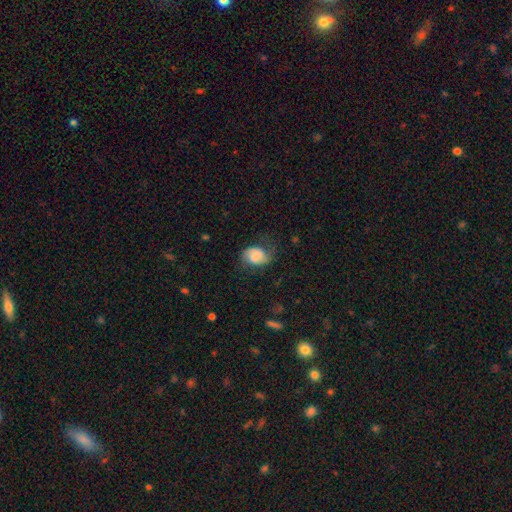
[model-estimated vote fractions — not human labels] Smooth or featured?
  - smooth: 52% *
  - featured or disk: 39%
  - star or artifact: 9%
How rounded?
  - in between: 68% *
  - round: 31%
  - cigar-shaped: 1%
Merging?
  - none: 51% *
  - minor disturbance: 27%
  - major disturbance: 20%
  - merger: 2%